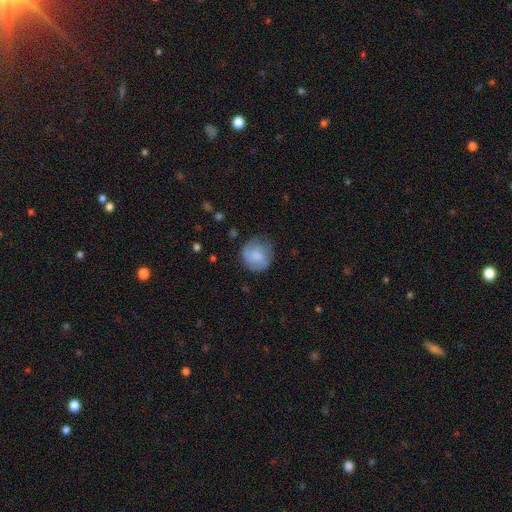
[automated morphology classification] Smooth or featured: smooth — 67% (featured or disk — 25%)
How rounded: round — 89% (in between — 10%)
Merging: none — 68% (minor disturbance — 22%)